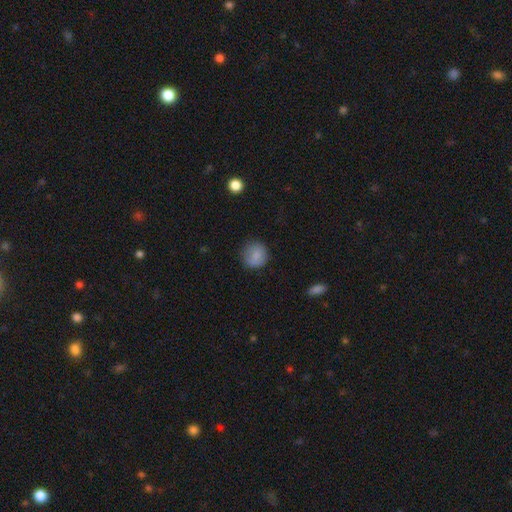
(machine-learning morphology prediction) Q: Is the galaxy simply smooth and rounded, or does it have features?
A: smooth — 81%.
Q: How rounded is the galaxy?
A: round — 88%.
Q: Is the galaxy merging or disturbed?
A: none — 80%.